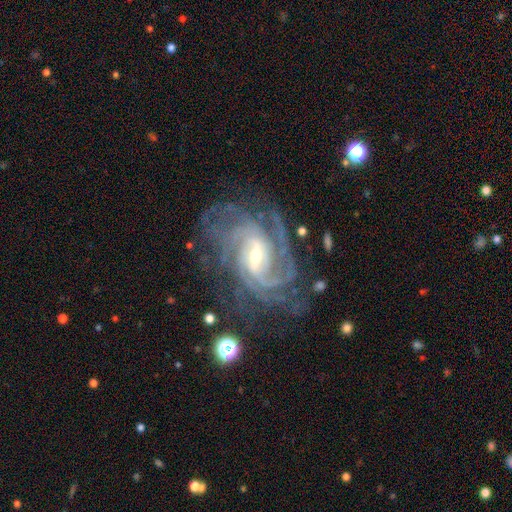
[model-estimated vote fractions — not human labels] featured or disk 92%, star or artifact 5%, smooth 3%. Down the decision tree: edge-on disk — no (97%); bar — weak (47%); spiral arms — yes (98%); spiral arm count — 4 (29%); spiral winding — tight (63%); bulge size — small (56%); merging — none (72%).